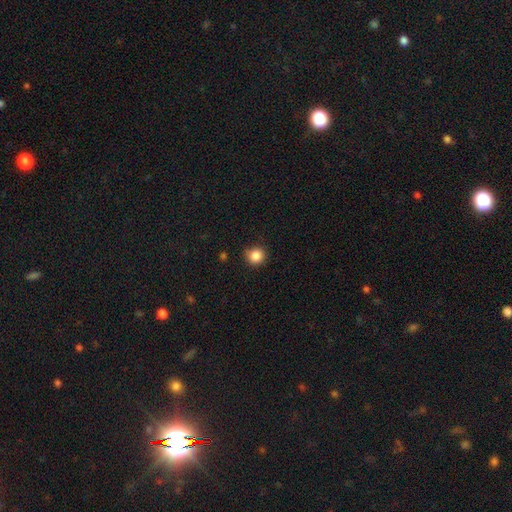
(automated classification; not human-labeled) smooth-or-featured: smooth: 86% | star or artifact: 11% | featured or disk: 4%
  how-rounded: round: 93% | in between: 6% | cigar-shaped: 1%
  merging: none: 85% | minor disturbance: 11% | major disturbance: 2% | merger: 1%